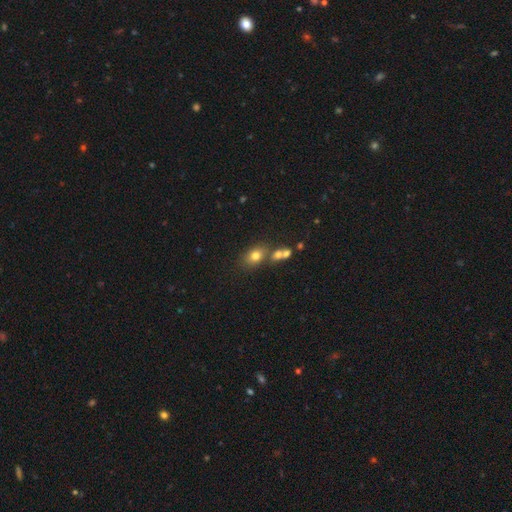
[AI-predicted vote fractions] The model was most divided on "merging": none: 52%, merger: 31%, minor disturbance: 12%, major disturbance: 5%. More confident: smooth or featured — smooth (75%); how rounded — in between (62%).